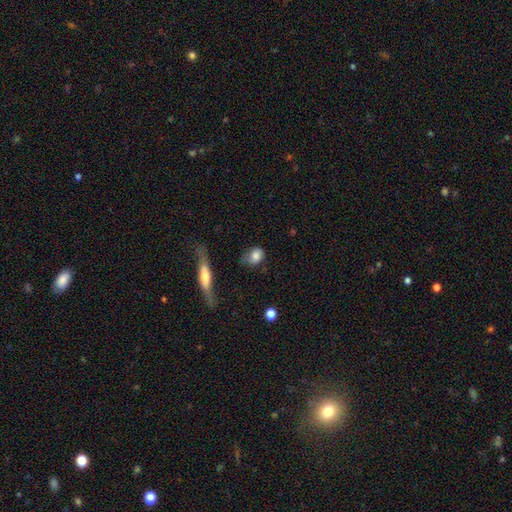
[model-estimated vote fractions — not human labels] This appears to be a smooth galaxy with no disk features (79%) that is in between round and cigar-shaped (66%). Merging: none (50%).